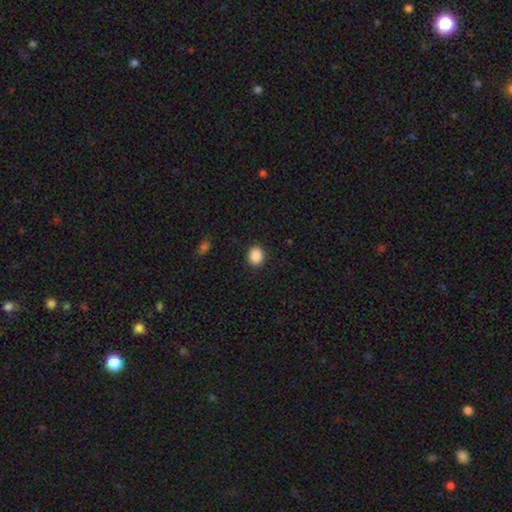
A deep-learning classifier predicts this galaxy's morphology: Overall: smooth (88%). How rounded: round (65%; in between 34%). Merging: none (90%).